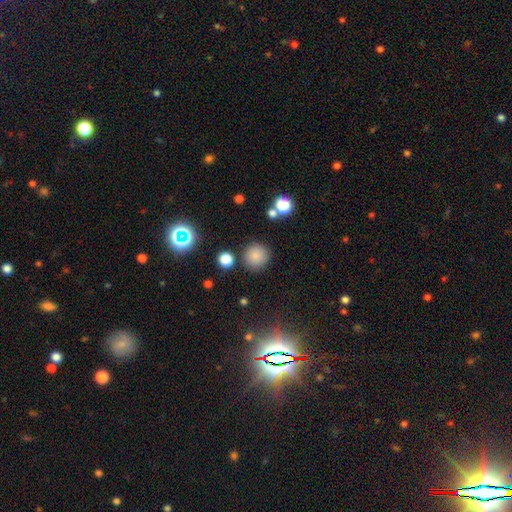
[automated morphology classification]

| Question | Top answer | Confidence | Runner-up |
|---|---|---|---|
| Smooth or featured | smooth | 81% | star or artifact (14%) |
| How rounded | round | 93% | in between (6%) |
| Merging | none | 85% | minor disturbance (8%) |